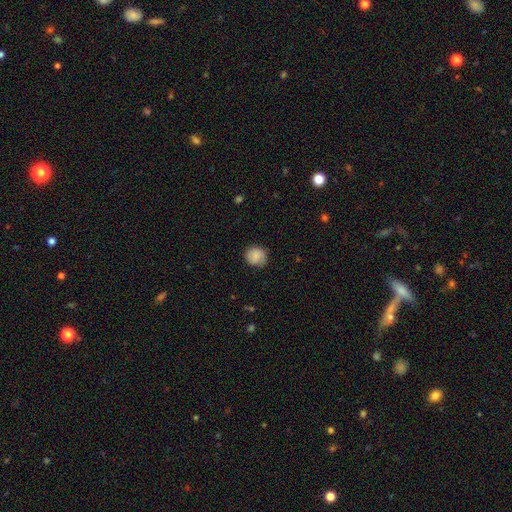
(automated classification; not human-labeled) Overall: smooth (84%). How rounded: round (85%). Merging: none (82%).